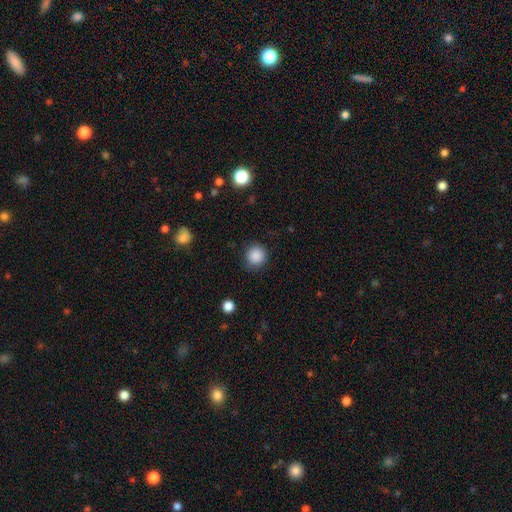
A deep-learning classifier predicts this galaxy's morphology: Smooth or featured: smooth — 87% (star or artifact — 10%)
How rounded: round — 93% (in between — 6%)
Merging: none — 86% (minor disturbance — 10%)